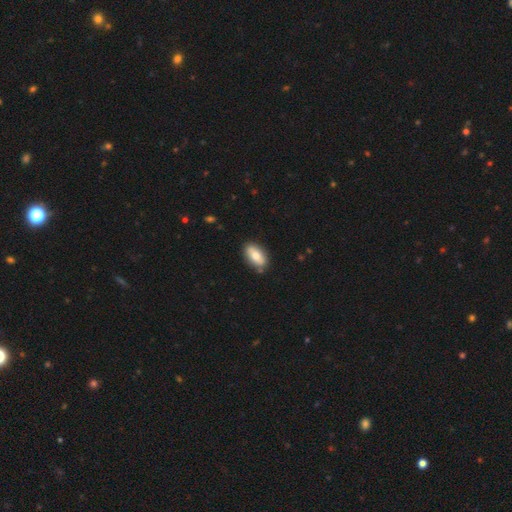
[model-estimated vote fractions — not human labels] A smooth galaxy with no disk features (71%) that is in between round and cigar-shaped (91%). Merging: none (83%).